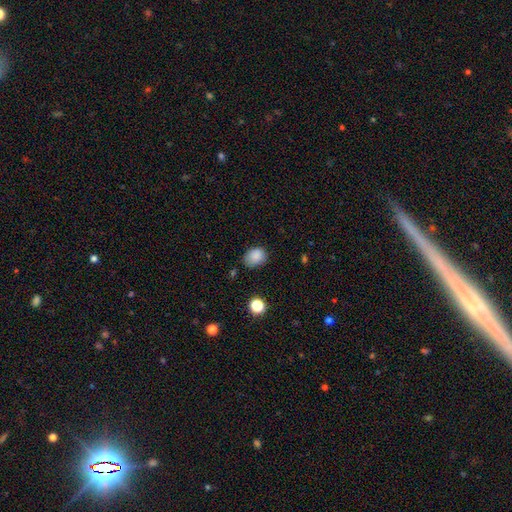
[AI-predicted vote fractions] smooth_or_featured: smooth (p=0.85) [alt: star or artifact p=0.10]
how_rounded: in between (p=0.59) [alt: round p=0.40]
merging: none (p=0.72) [alt: minor disturbance p=0.22]